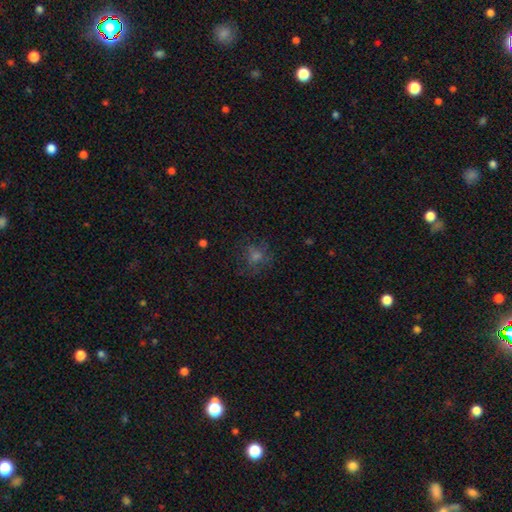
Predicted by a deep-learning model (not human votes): The model was most divided on "smooth or featured": smooth: 49%, star or artifact: 30%, featured or disk: 21%. More confident: merging — none (69%).